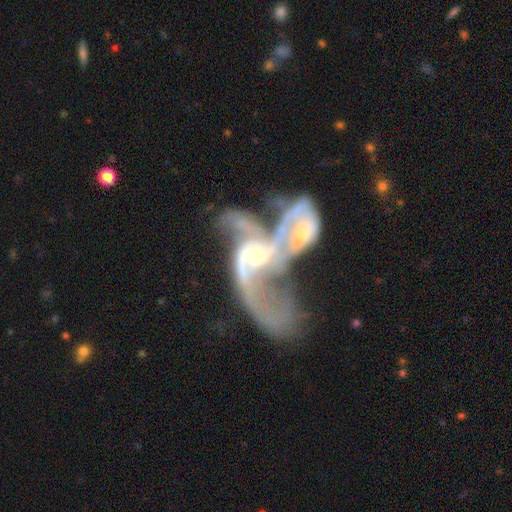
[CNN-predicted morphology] Overall: featured or disk (87%). Edge-on disk: no (96%). Bar: no (48%; weak 36%). Spiral arms: yes (92%). Spiral arm count: 2 (55%; can't tell 18%). Spiral winding: loose (64%; medium 27%). Bulge size: moderate (59%; small 29%). Merging: merger (78%).